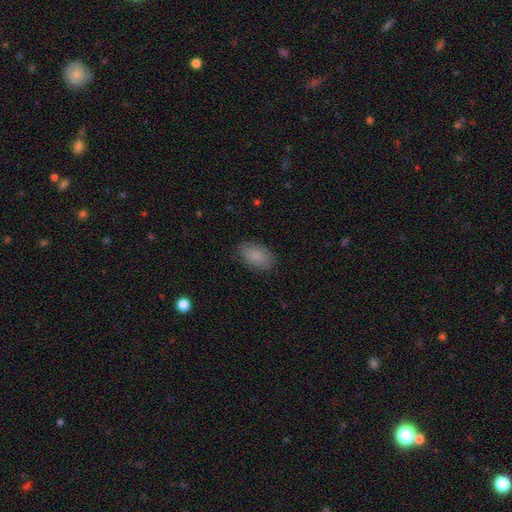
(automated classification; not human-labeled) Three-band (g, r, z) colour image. It shows a smooth galaxy with no disk features (87%) that is in between round and cigar-shaped (92%). Merging: none (84%).